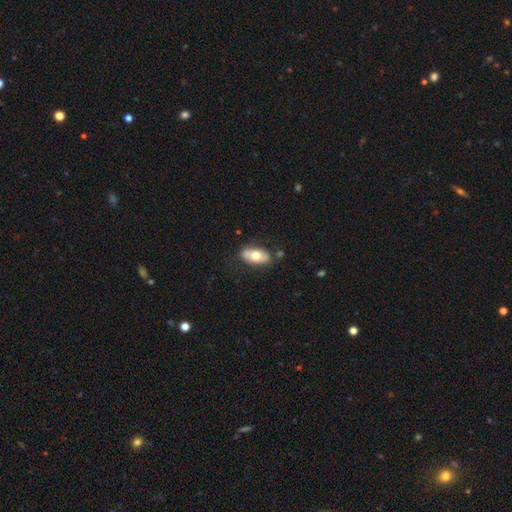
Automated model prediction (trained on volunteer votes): Smooth or featured: smooth — 62% (featured or disk — 32%)
How rounded: in between — 90% (cigar-shaped — 5%)
Merging: none — 80% (minor disturbance — 14%)